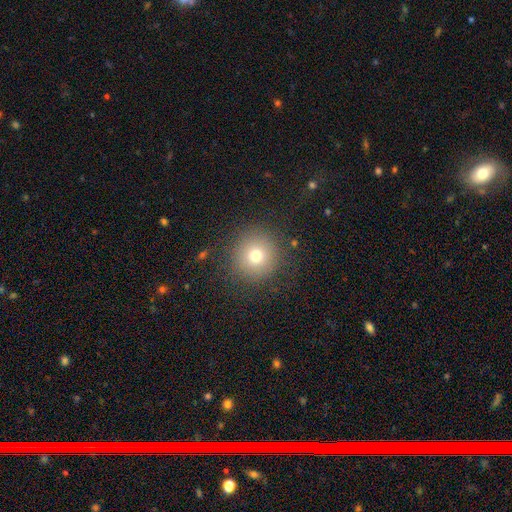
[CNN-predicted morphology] type=smooth (74%); roundness=round (95%); merging=none (87%).